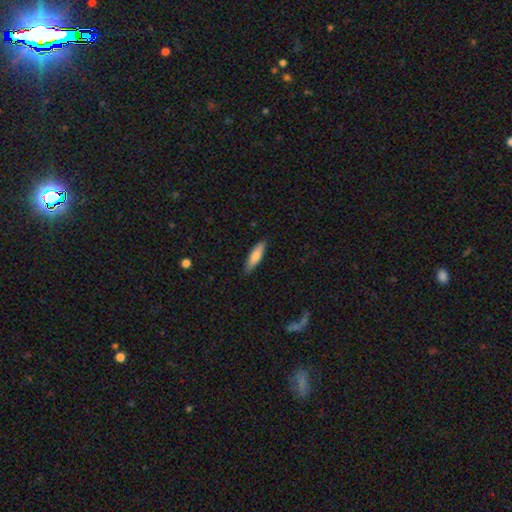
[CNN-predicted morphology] A smooth galaxy with no disk features (79%) that is cigar-shaped (65%).

Vote fractions:
- Smooth or featured? smooth: 79% / featured or disk: 16% / star or artifact: 6%
- How rounded? cigar-shaped: 65% / in between: 34% / round: 2%
- Merging? none: 86% / minor disturbance: 11% / major disturbance: 2% / merger: 1%